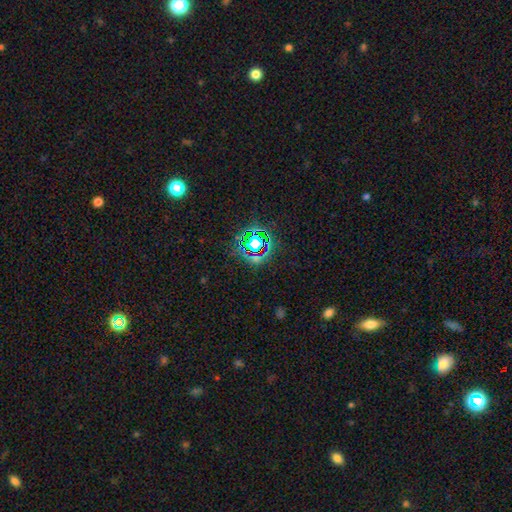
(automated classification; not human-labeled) A star or artifact, not a galaxy (76%).

Vote fractions:
- Smooth or featured? star or artifact: 76% / smooth: 15% / featured or disk: 9%